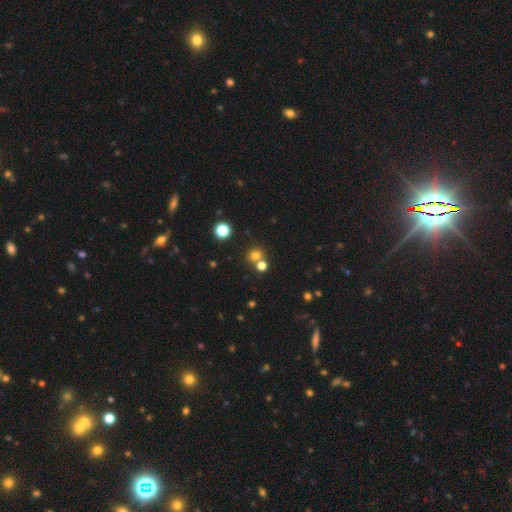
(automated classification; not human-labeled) smooth-or-featured: smooth: 72% | star or artifact: 20% | featured or disk: 7%
  how-rounded: round: 83% | in between: 16% | cigar-shaped: 1%
  merging: none: 63% | merger: 27% | minor disturbance: 7% | major disturbance: 3%